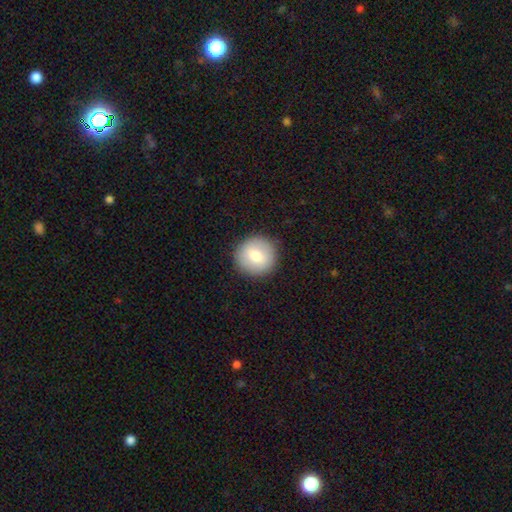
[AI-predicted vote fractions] Smooth or featured? smooth (75%)
How rounded? round (94%)
Merging? none (91%)